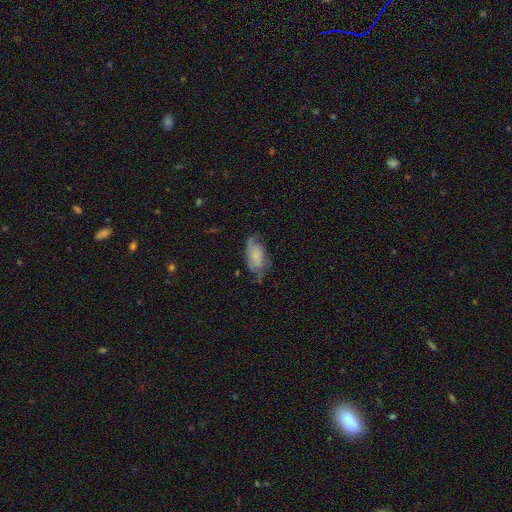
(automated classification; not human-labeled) This appears to be a smooth galaxy with no disk features (47%). Merging: none (48%).